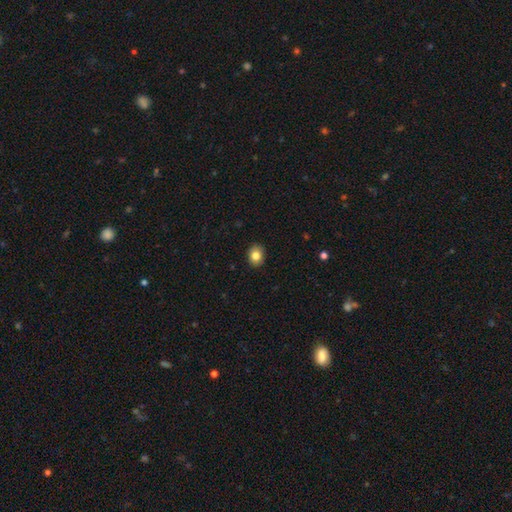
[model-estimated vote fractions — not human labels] A smooth galaxy with no disk features (82%) that is round (53%).

Vote fractions:
- Smooth or featured? smooth: 82% / star or artifact: 10% / featured or disk: 8%
- How rounded? round: 53% / in between: 46% / cigar-shaped: 1%
- Merging? none: 90% / minor disturbance: 7% / major disturbance: 2% / merger: 1%